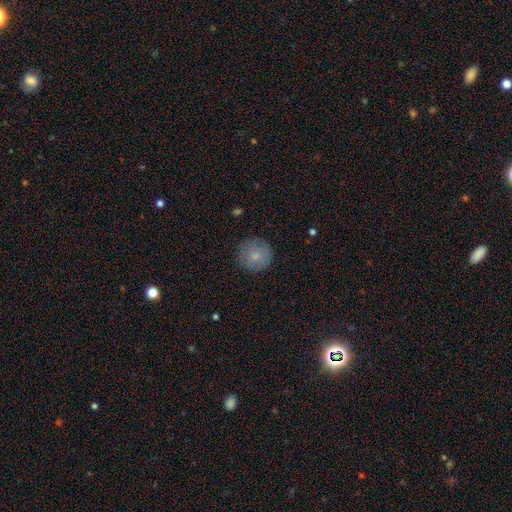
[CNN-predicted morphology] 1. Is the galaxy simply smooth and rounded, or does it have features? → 79% smooth, 12% featured or disk, 8% star or artifact.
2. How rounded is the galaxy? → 95% round, 4% in between, 1% cigar-shaped.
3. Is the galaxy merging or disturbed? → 88% none, 8% minor disturbance, 2% major disturbance, 1% merger.